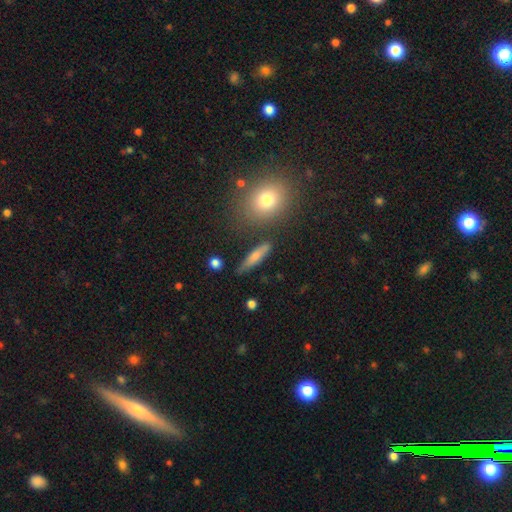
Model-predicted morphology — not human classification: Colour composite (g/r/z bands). It shows a smooth galaxy with no disk features (63%) that is cigar-shaped (74%). Merging: none (79%).